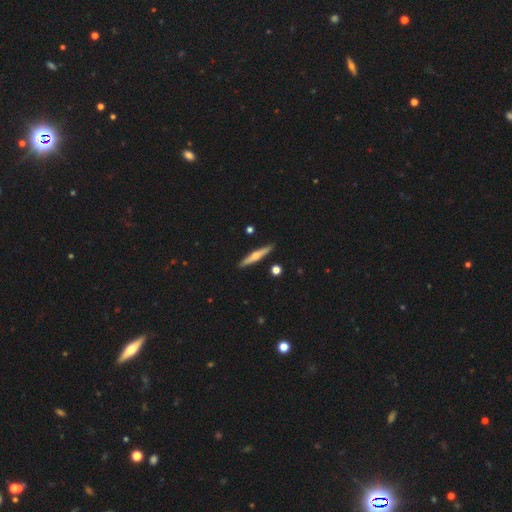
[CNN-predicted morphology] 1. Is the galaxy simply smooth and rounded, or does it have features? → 57% featured or disk, 37% smooth, 6% star or artifact.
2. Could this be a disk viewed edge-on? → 96% yes, 4% no.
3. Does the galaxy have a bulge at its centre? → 86% rounded, 10% none, 4% boxy.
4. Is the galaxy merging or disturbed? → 90% none, 6% minor disturbance, 2% merger, 1% major disturbance.